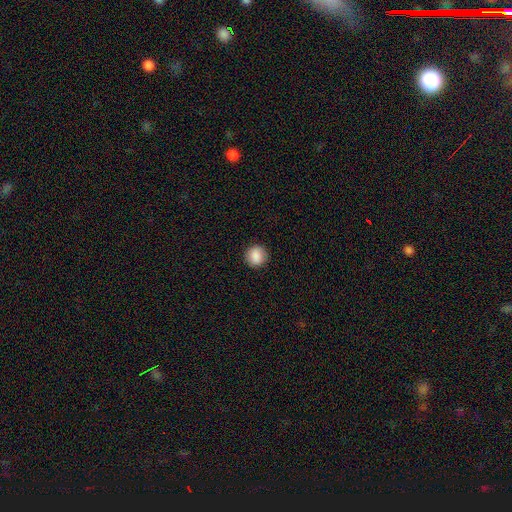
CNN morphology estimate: smooth-or-featured: smooth: 88% | star or artifact: 8% | featured or disk: 4%
  how-rounded: round: 92% | in between: 7% | cigar-shaped: 1%
  merging: none: 91% | minor disturbance: 7% | major disturbance: 2% | merger: 1%